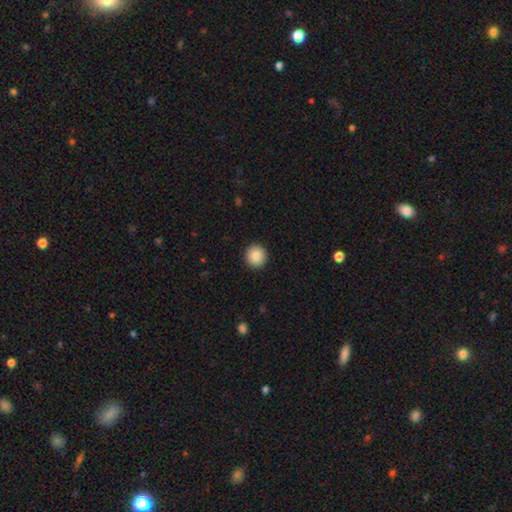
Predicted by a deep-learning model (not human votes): Q: Smooth or featured?
A: smooth (87%); runner-up: star or artifact (8%)
Q: How rounded?
A: round (94%); runner-up: in between (5%)
Q: Merging?
A: none (93%); runner-up: minor disturbance (5%)